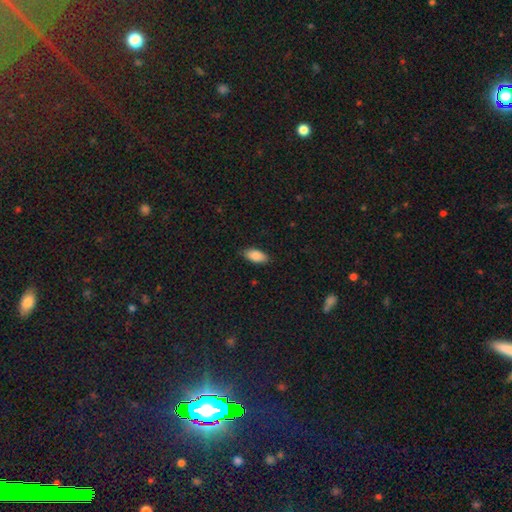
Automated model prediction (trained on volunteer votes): Smooth or featured?
  - smooth: 87% *
  - star or artifact: 7%
  - featured or disk: 6%
How rounded?
  - in between: 91% *
  - cigar-shaped: 7%
  - round: 2%
Merging?
  - none: 85% *
  - minor disturbance: 12%
  - major disturbance: 2%
  - merger: 1%